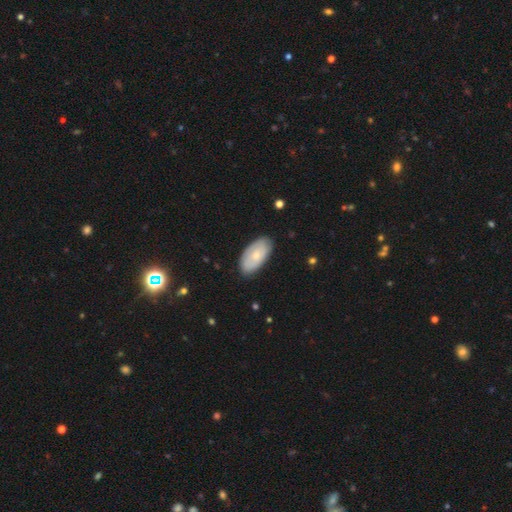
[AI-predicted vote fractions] A smooth galaxy with no disk features (63%) that is in between round and cigar-shaped (95%). Merging: none (82%).